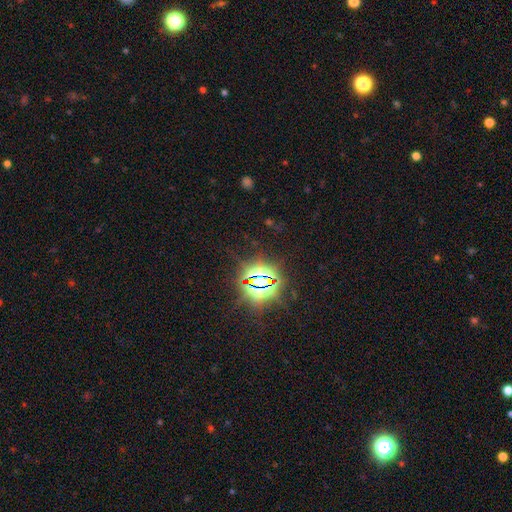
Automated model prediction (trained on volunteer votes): Smooth or featured? star or artifact (83%)